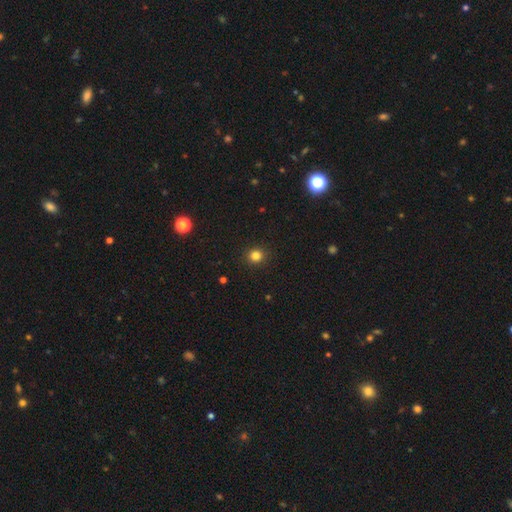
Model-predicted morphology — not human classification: A smooth galaxy with no disk features (83%) that is round (91%).

Vote fractions:
- Smooth or featured? smooth: 83% / star or artifact: 13% / featured or disk: 4%
- How rounded? round: 91% / in between: 8% / cigar-shaped: 1%
- Merging? none: 92% / minor disturbance: 5% / major disturbance: 2% / merger: 1%